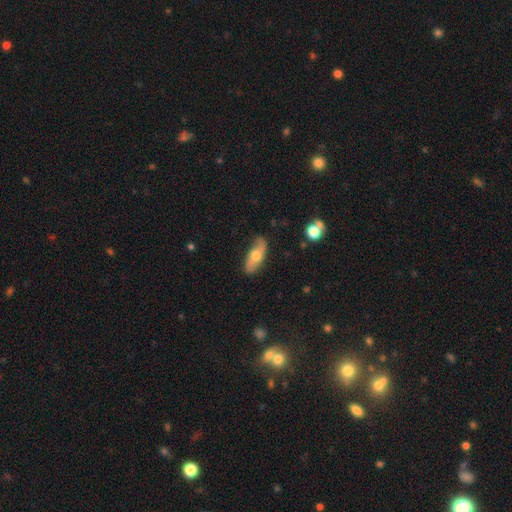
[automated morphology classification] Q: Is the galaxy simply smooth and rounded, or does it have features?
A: smooth — 52%.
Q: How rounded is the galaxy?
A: in between — 73%.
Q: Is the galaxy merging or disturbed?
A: none — 77%.